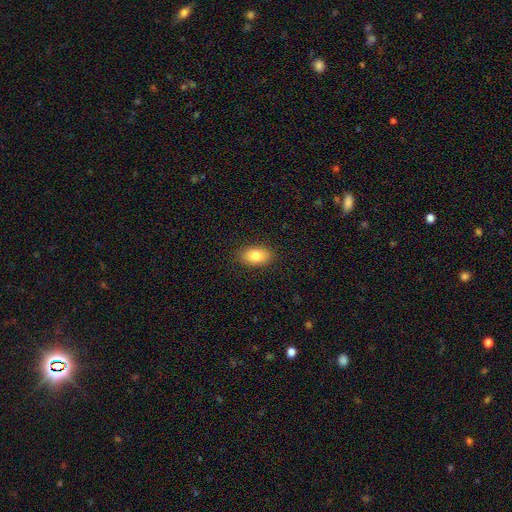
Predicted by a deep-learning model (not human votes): This appears to be a smooth galaxy with no disk features (82%) that is in between round and cigar-shaped (88%). Merging: none (88%).